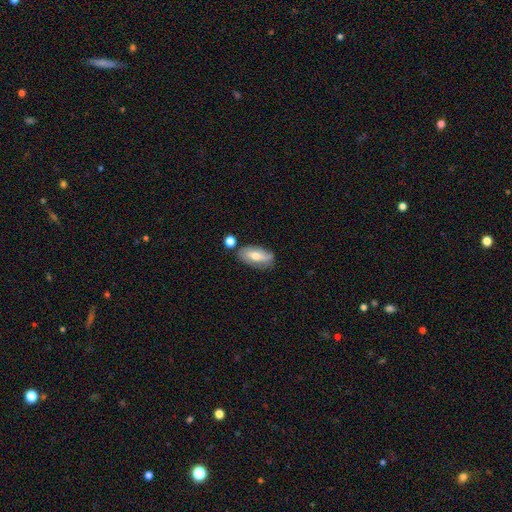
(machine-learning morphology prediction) Smooth or featured? Predicted: smooth (p=0.56). How rounded? Predicted: in between (p=0.84). Merging? Predicted: none (p=0.67).